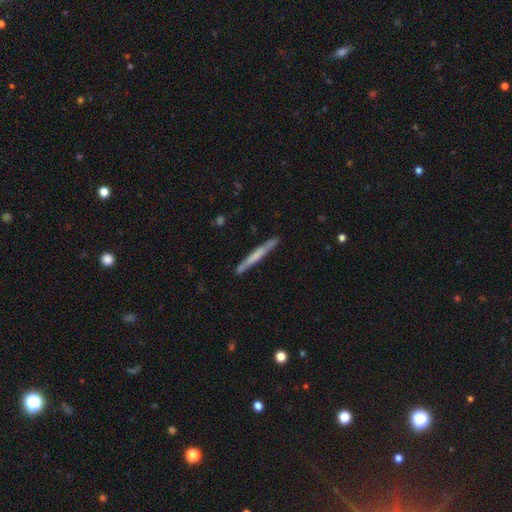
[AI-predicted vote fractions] This is possibly a smooth galaxy (50%). How rounded: clearly cigar-shaped (96%). Merging: clearly none (86%).